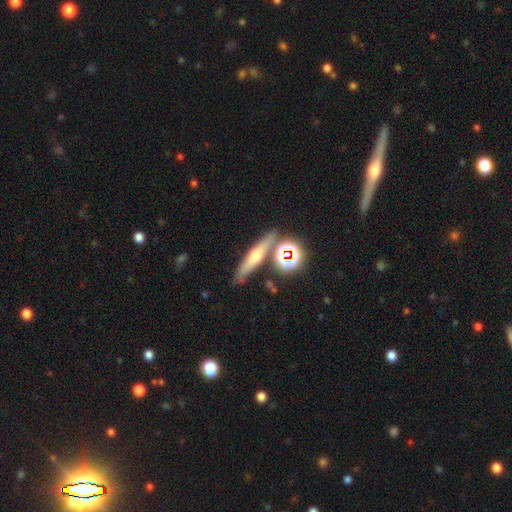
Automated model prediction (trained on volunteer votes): Smooth or featured?
  - featured or disk: 44% *
  - smooth: 38%
  - star or artifact: 18%
Merging?
  - none: 79% *
  - minor disturbance: 9%
  - merger: 9%
  - major disturbance: 3%